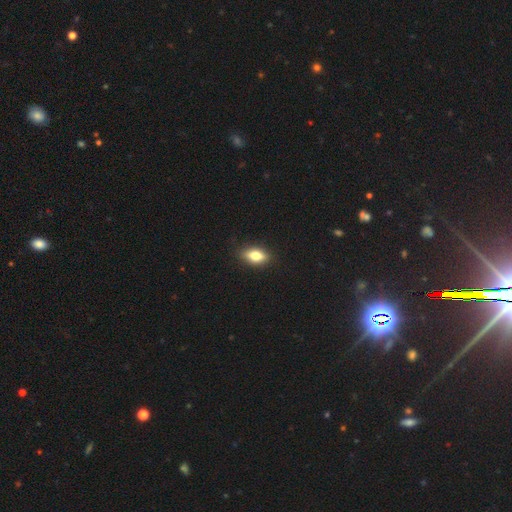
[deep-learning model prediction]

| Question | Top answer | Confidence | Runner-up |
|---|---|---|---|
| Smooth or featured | smooth | 75% | featured or disk (17%) |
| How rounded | in between | 82% | cigar-shaped (11%) |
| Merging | none | 87% | minor disturbance (10%) |